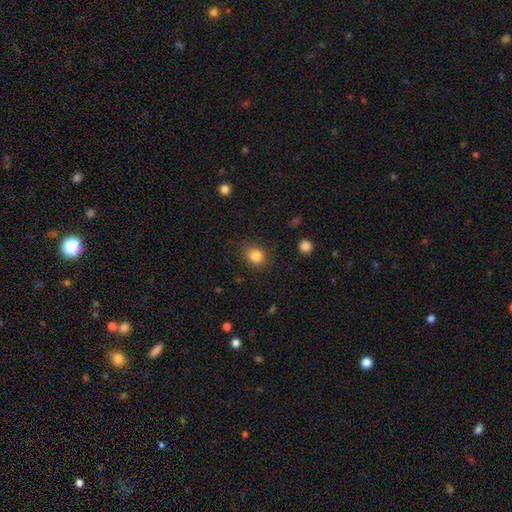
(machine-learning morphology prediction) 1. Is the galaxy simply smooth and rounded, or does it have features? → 84% smooth, 10% star or artifact, 6% featured or disk.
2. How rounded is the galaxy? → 58% round, 41% in between, 1% cigar-shaped.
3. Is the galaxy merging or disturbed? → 85% none, 10% minor disturbance, 3% major disturbance, 1% merger.